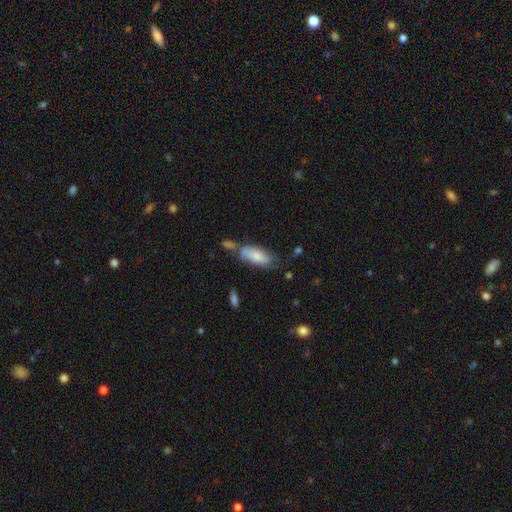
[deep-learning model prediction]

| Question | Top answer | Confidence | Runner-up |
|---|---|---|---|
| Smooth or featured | smooth | 76% | featured or disk (17%) |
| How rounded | in between | 83% | cigar-shaped (15%) |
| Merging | none | 43% | minor disturbance (25%) |